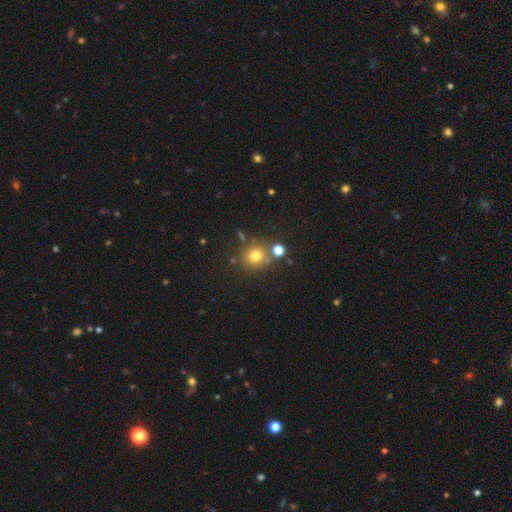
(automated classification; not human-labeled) smooth 74%, star or artifact 17%, featured or disk 9%. Down the decision tree: how rounded — round (90%); merging — none (73%).